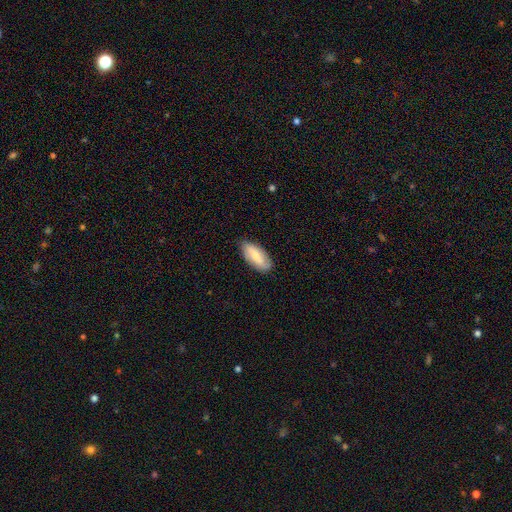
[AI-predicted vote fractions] A smooth galaxy with no disk features (63%) that is in between round and cigar-shaped (85%).

Vote fractions:
- Smooth or featured? smooth: 63% / featured or disk: 31% / star or artifact: 6%
- How rounded? in between: 85% / cigar-shaped: 13% / round: 2%
- Merging? none: 82% / minor disturbance: 14% / major disturbance: 3% / merger: 1%